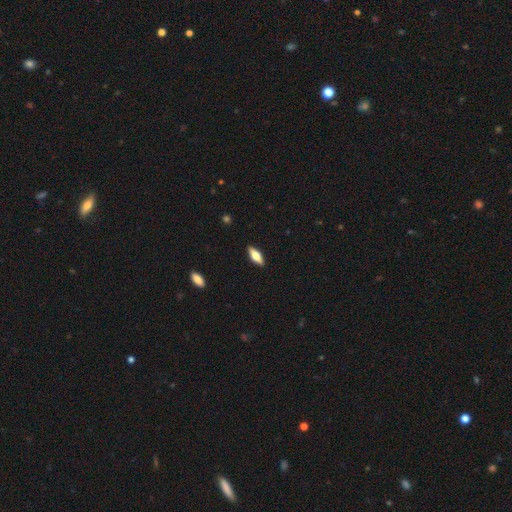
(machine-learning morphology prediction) This is possibly a smooth galaxy (59%). How rounded: likely in between (65%). Merging: clearly none (89%).